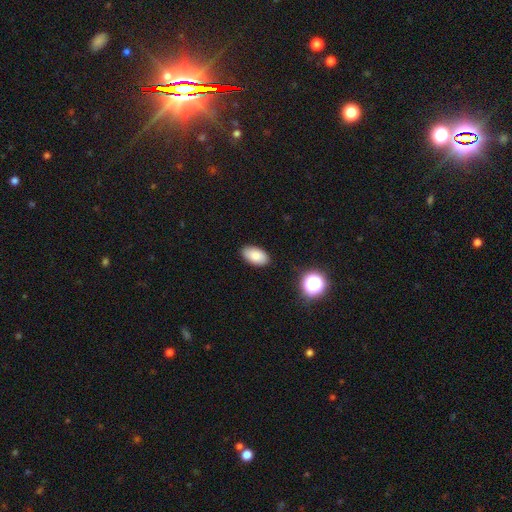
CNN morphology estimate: type=smooth (85%); roundness=in between (94%); merging=none (87%).